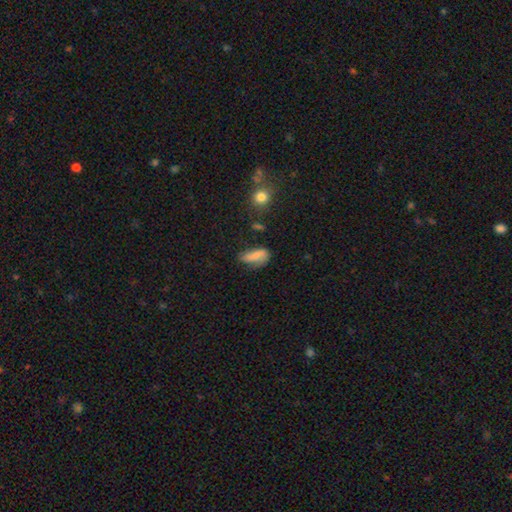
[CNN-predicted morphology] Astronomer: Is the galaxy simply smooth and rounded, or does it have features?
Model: smooth — 73%.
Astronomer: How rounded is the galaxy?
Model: in between — 79%.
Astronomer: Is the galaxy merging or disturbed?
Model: none — 47% (runner-up: minor disturbance, 34%).